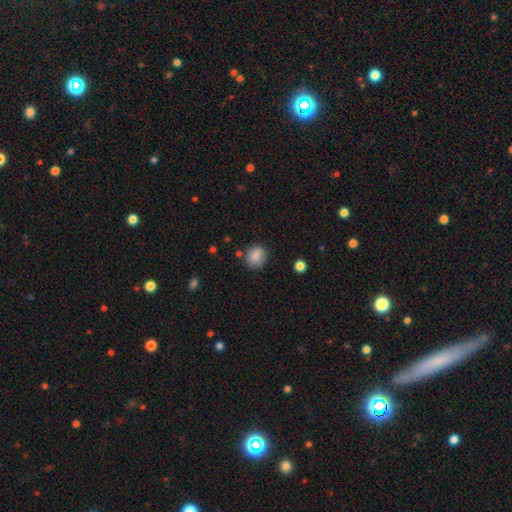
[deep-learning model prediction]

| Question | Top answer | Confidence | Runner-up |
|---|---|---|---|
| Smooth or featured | smooth | 85% | star or artifact (9%) |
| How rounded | round | 63% | in between (36%) |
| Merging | none | 77% | minor disturbance (16%) |